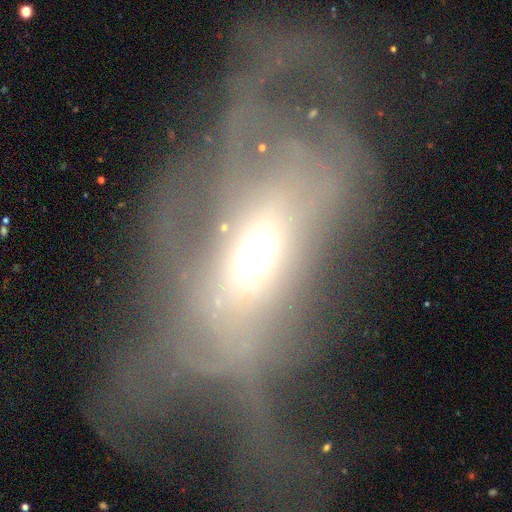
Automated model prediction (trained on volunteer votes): Smooth or featured? Predicted: featured or disk (p=0.61). Edge-on disk? Predicted: no (p=0.86). Bar? Predicted: no (p=0.72). Spiral arms? Predicted: no (p=0.73). Bulge size? Predicted: moderate (p=0.63). Merging? Predicted: major disturbance (p=0.71).